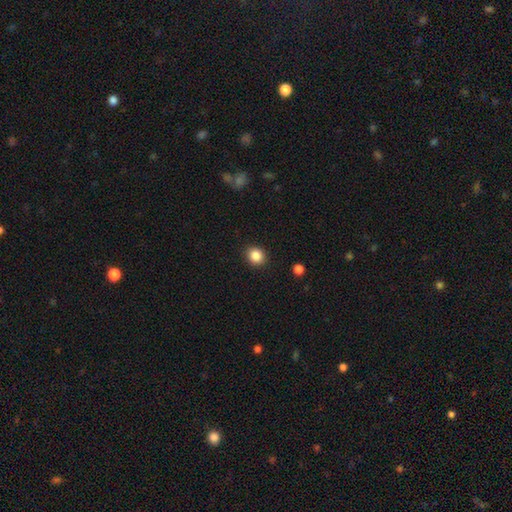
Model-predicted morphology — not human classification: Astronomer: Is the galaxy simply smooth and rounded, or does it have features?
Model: smooth — 86%.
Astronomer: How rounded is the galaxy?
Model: round — 79%.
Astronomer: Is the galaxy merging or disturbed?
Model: none — 90%.